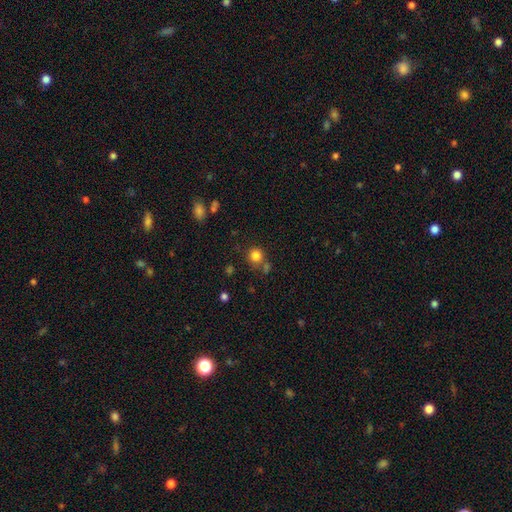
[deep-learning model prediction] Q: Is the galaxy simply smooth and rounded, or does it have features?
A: smooth — 82%.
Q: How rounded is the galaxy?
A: round — 91%.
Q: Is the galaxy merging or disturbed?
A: none — 69%.